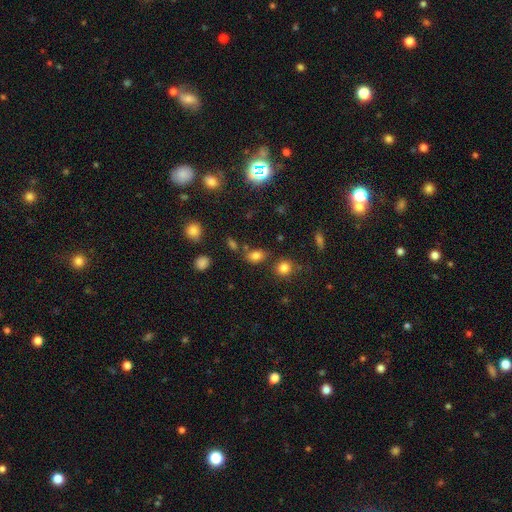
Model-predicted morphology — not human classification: Smooth or featured? smooth (79%)
How rounded? in between (81%)
Merging? none (69%)